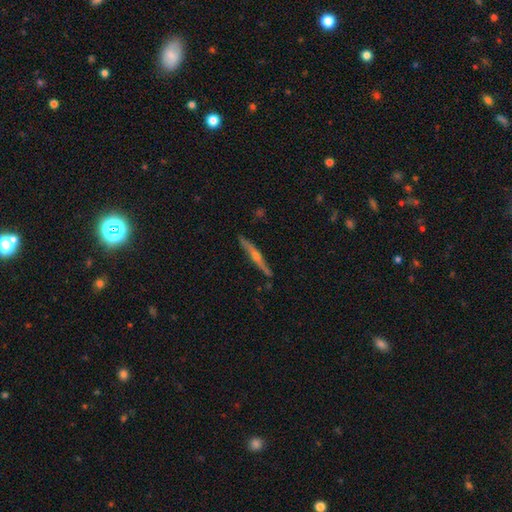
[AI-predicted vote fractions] Smooth or featured: featured or disk — 74% (smooth — 20%)
Edge-on disk: yes — 97% (no — 3%)
Edge-on bulge: rounded — 85% (none — 10%)
Merging: none — 86% (minor disturbance — 11%)